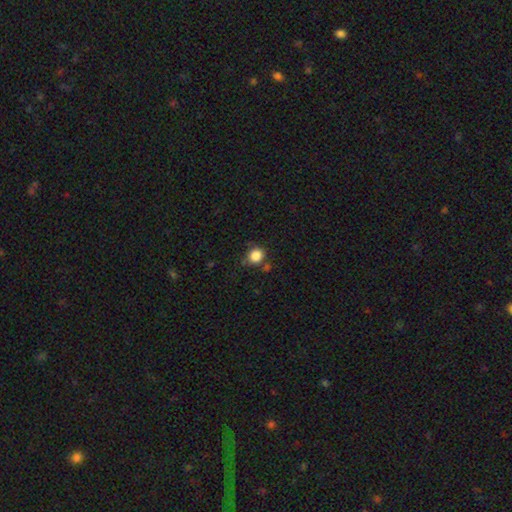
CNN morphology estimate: Smooth or featured?
  - smooth: 85% *
  - star or artifact: 11%
  - featured or disk: 4%
How rounded?
  - round: 82% *
  - in between: 17%
  - cigar-shaped: 1%
Merging?
  - none: 71% *
  - minor disturbance: 18%
  - merger: 7%
  - major disturbance: 5%